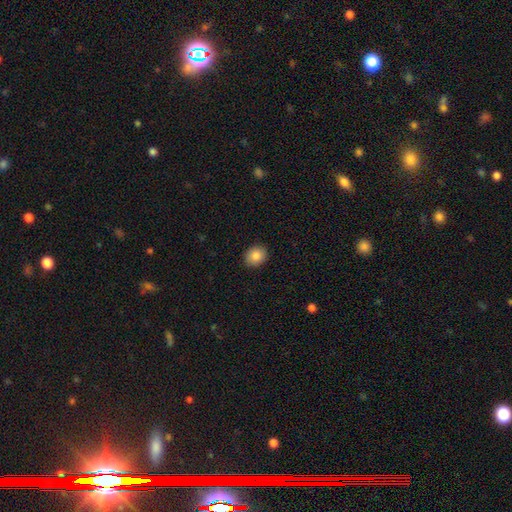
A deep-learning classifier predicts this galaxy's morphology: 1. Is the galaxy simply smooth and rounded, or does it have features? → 86% smooth, 8% star or artifact, 6% featured or disk.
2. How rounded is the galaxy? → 58% round, 41% in between, 1% cigar-shaped.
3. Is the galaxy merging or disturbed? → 90% none, 7% minor disturbance, 2% major disturbance, 1% merger.